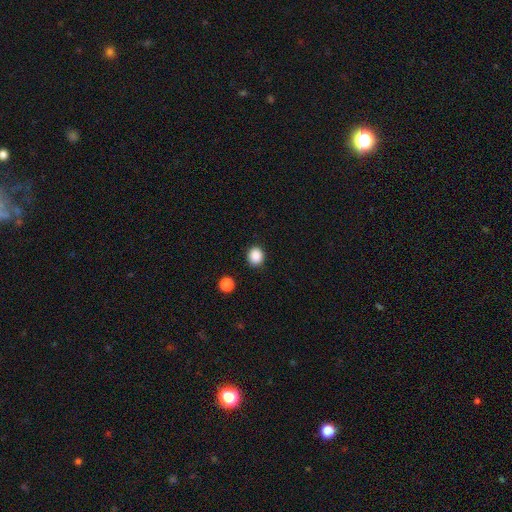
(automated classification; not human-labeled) This is clearly a smooth galaxy (88%). How rounded: likely round (79%). Merging: clearly none (90%).